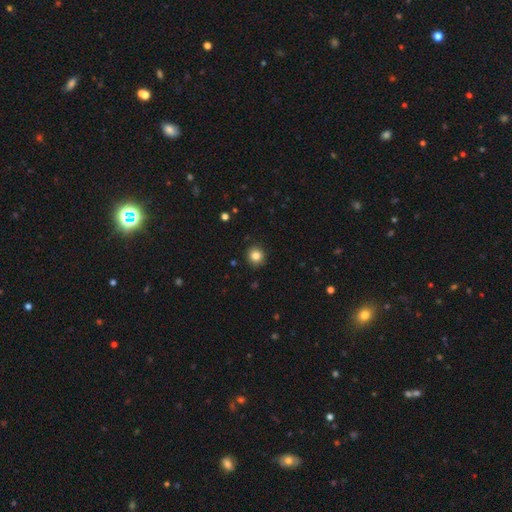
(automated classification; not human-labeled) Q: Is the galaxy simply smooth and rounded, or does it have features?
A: smooth — 84%.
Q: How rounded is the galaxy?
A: round — 92%.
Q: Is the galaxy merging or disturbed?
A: none — 91%.